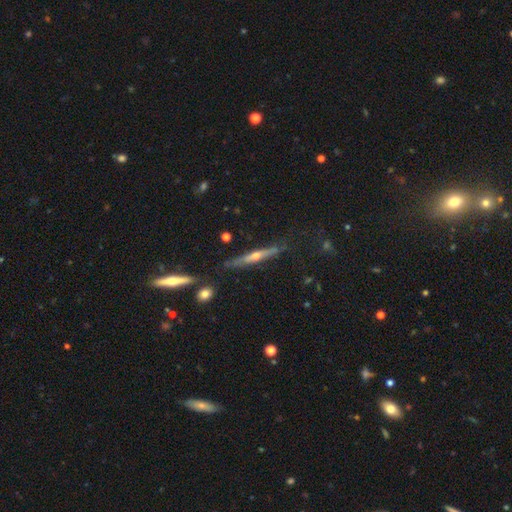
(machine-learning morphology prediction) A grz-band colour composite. It shows a featured or disk galaxy (71%) viewed edge-on (96%) with a rounded central bulge (84%). Merging: none (79%).